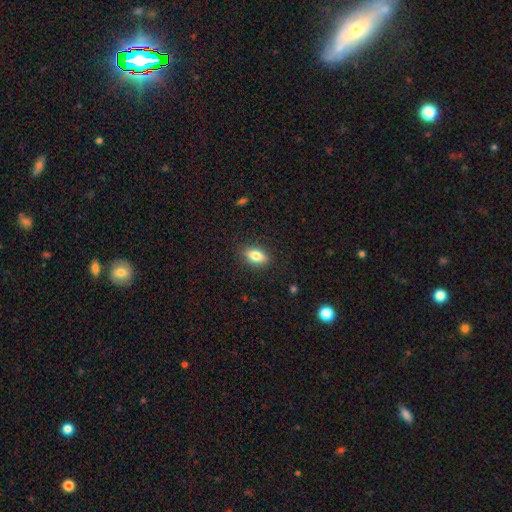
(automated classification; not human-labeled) Smooth or featured?
  - smooth: 81% *
  - featured or disk: 11%
  - star or artifact: 8%
How rounded?
  - in between: 85% *
  - round: 8%
  - cigar-shaped: 7%
Merging?
  - none: 87% *
  - minor disturbance: 10%
  - major disturbance: 2%
  - merger: 1%